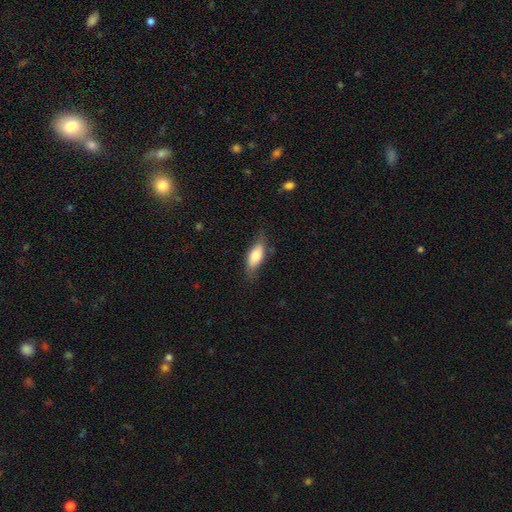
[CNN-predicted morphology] smooth-or-featured: smooth: 73% | featured or disk: 21% | star or artifact: 6%
  how-rounded: in between: 78% | cigar-shaped: 20% | round: 3%
  merging: none: 69% | minor disturbance: 23% | major disturbance: 6% | merger: 2%